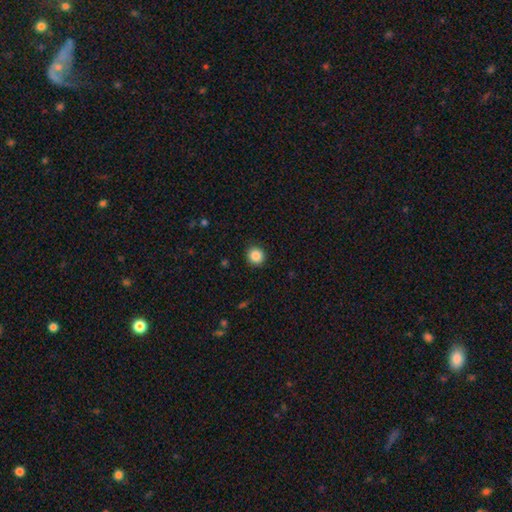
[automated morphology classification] This appears to be a smooth galaxy with no disk features (87%) that is round (91%). Merging: none (91%).